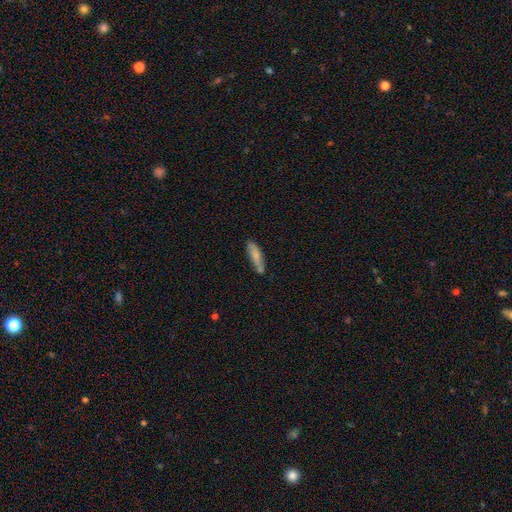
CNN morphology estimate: This is likely a smooth galaxy (74%). How rounded: likely cigar-shaped (71%). Merging: likely none (67%).